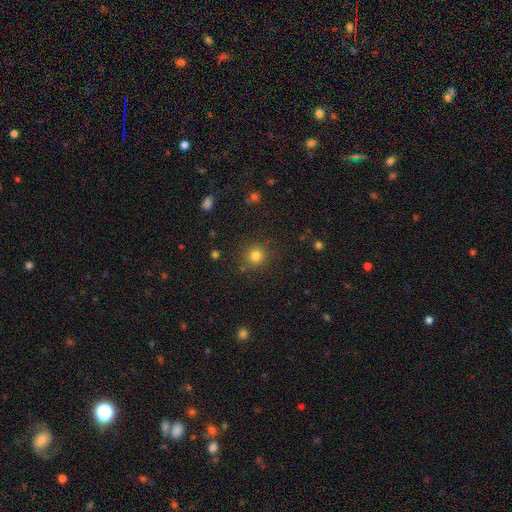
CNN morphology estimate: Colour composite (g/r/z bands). It shows a smooth galaxy with no disk features (81%) that is round (92%). Merging: none (87%).